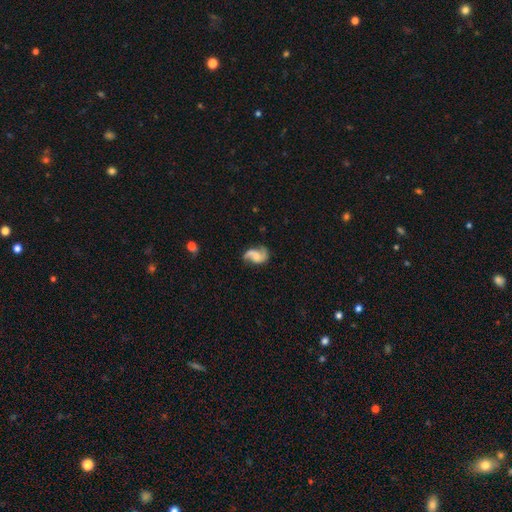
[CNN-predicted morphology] Overall: featured or disk (79%). Edge-on disk: no (98%). Bar: no (56%; weak 36%). Spiral arms: yes (95%). Spiral arm count: 2 (88%). Spiral winding: loose (53%; medium 37%). Bulge size: none (41%; small 27%). Merging: none (63%).